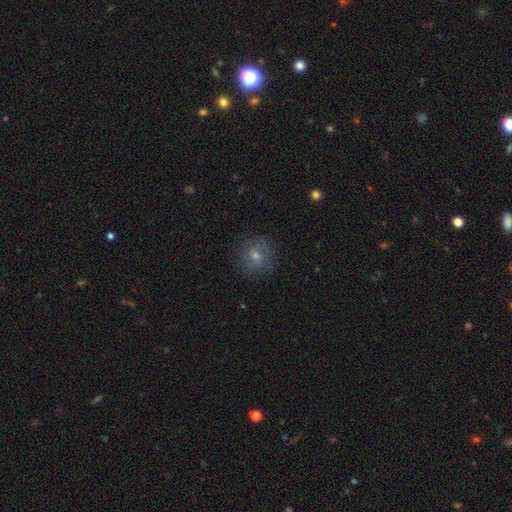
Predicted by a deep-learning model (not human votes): This is possibly a smooth galaxy (59%). How rounded: clearly round (90%). Merging: clearly none (86%).